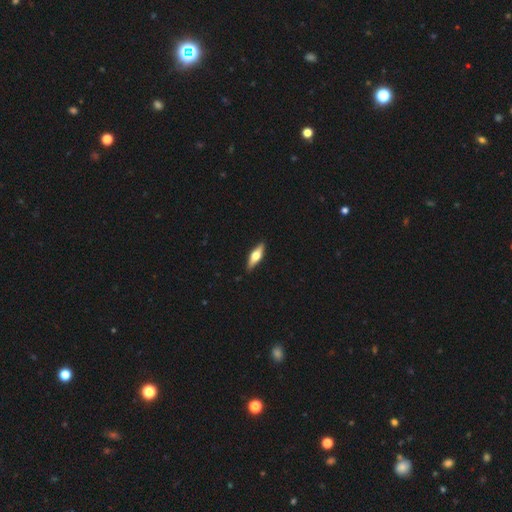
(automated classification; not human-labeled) The model was most divided on "smooth or featured": featured or disk: 48%, smooth: 46%, star or artifact: 5%. More confident: merging — none (89%).